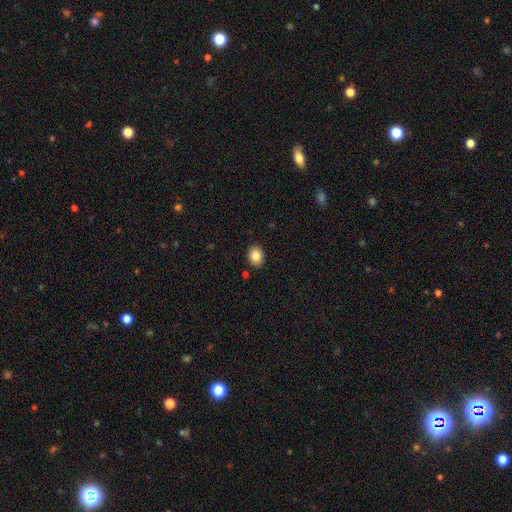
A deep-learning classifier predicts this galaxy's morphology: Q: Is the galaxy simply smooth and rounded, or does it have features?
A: smooth — 84%.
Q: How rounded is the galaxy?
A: in between — 51%.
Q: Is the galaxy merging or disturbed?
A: none — 88%.